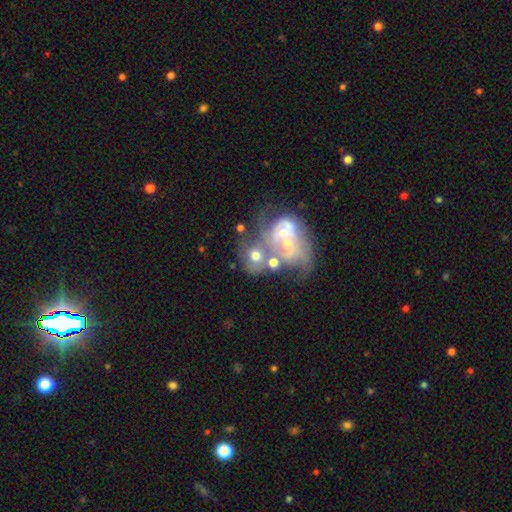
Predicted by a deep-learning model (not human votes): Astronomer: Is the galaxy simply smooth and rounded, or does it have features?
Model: featured or disk — 50% (runner-up: smooth, 37%).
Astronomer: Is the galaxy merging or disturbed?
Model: merger — 61%.